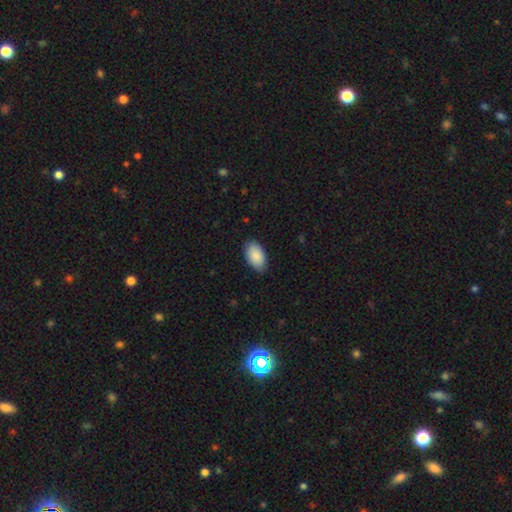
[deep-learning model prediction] The model was most divided on "merging": none: 84%, minor disturbance: 13%, major disturbance: 2%, merger: 1%. More confident: how rounded — in between (95%); smooth or featured — smooth (89%).